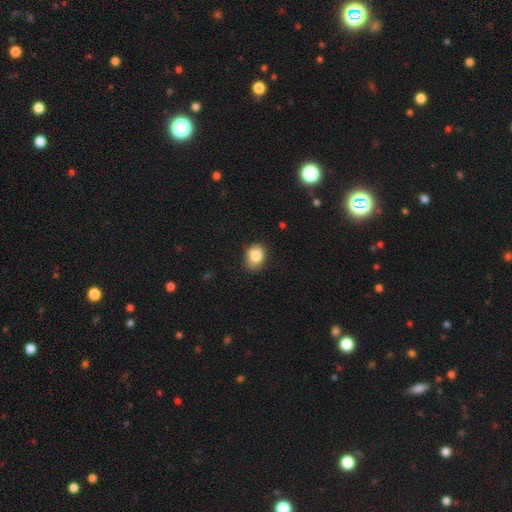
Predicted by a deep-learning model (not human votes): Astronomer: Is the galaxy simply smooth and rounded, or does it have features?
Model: smooth — 82%.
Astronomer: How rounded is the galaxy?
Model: in between — 63%.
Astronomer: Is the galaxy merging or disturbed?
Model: none — 79%.